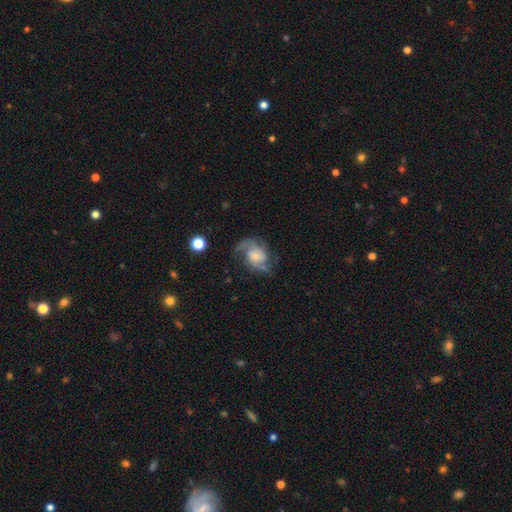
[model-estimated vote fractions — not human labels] A featured or disk galaxy (75%) with no bar (64%), 2 (84%) medium (48%) spiral arms (93%) and a moderate central bulge (32%, tied with small). Merging: none (60%).